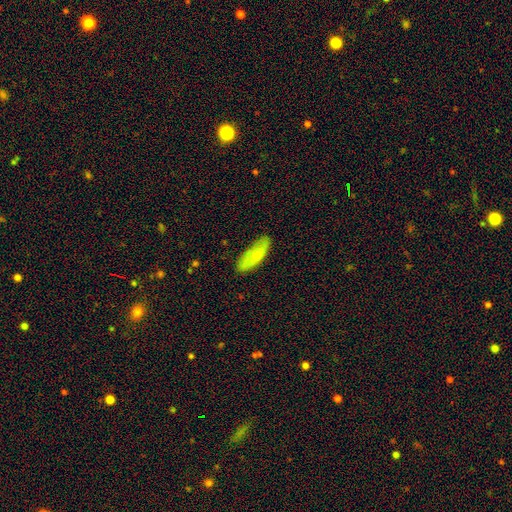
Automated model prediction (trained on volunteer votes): smooth_or_featured: smooth (p=0.75) [alt: featured or disk p=0.19]
how_rounded: in between (p=0.59) [alt: cigar-shaped p=0.39]
merging: none (p=0.77) [alt: minor disturbance p=0.18]